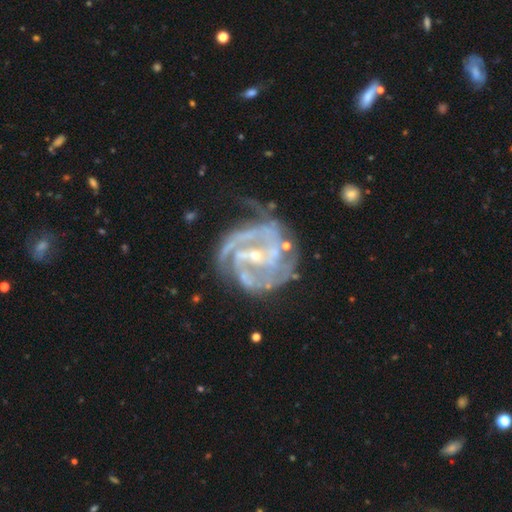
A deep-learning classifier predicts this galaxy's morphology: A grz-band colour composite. It shows a featured or disk galaxy (90%) with a weak bar (38%), 2 (37%) tight (49%) spiral arms (95%) and a small central bulge (76%). Merging: none (51%).